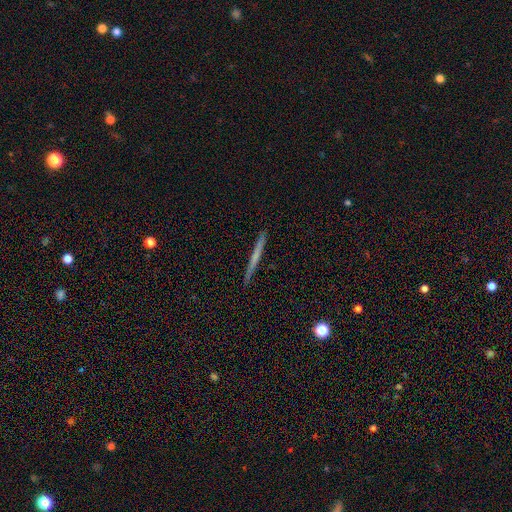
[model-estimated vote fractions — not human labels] Smooth or featured: smooth — 49% (featured or disk — 44%)
Merging: none — 91% (minor disturbance — 6%)